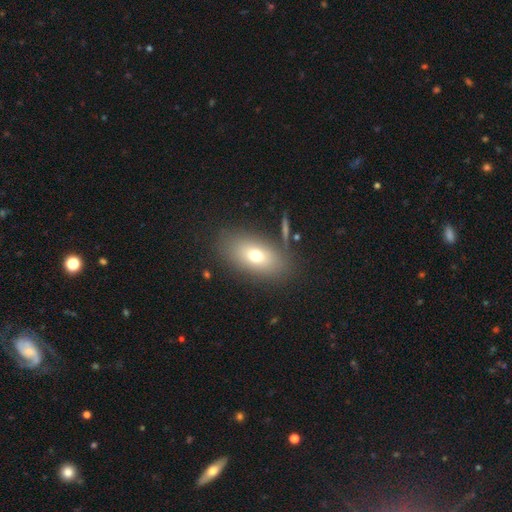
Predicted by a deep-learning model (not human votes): smooth 70%, featured or disk 19%, star or artifact 11%. Down the decision tree: how rounded — in between (85%); merging — none (79%).